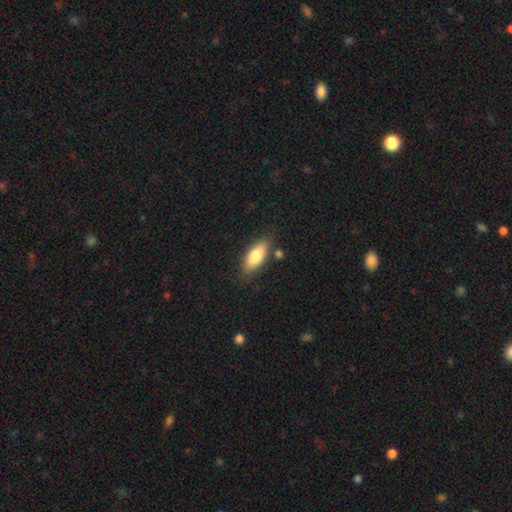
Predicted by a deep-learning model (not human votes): Overall: smooth (77%). How rounded: in between (76%). Merging: none (80%).